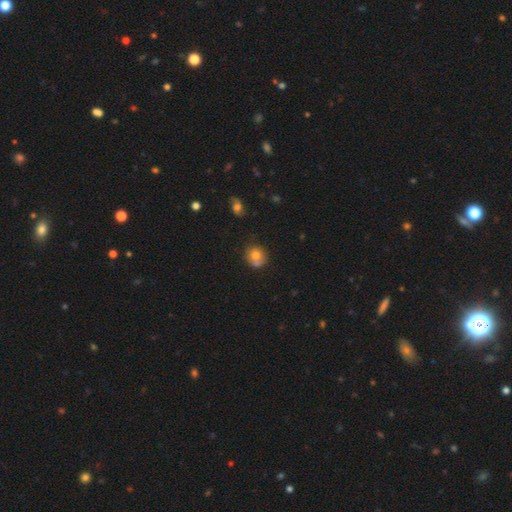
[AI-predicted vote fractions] Smooth or featured? Predicted: smooth (p=0.72). How rounded? Predicted: round (p=0.81). Merging? Predicted: none (p=0.56).